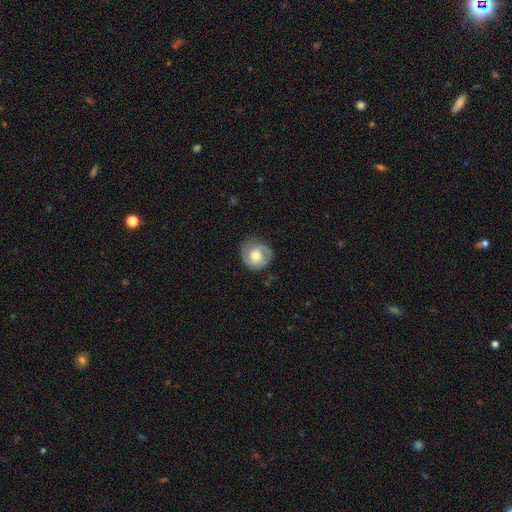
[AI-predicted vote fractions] This appears to be a featured or disk galaxy (57%) with no bar (68%), spiral arms (86%) and a moderate central bulge (63%). Merging: none (74%).